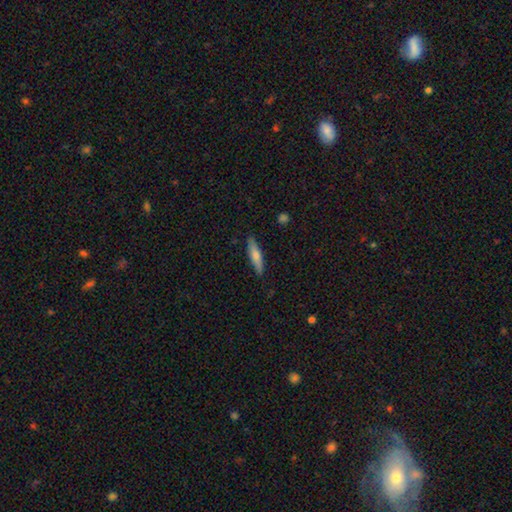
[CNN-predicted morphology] Smooth or featured: smooth — 69% (featured or disk — 25%)
How rounded: cigar-shaped — 81% (in between — 17%)
Merging: none — 88% (minor disturbance — 9%)